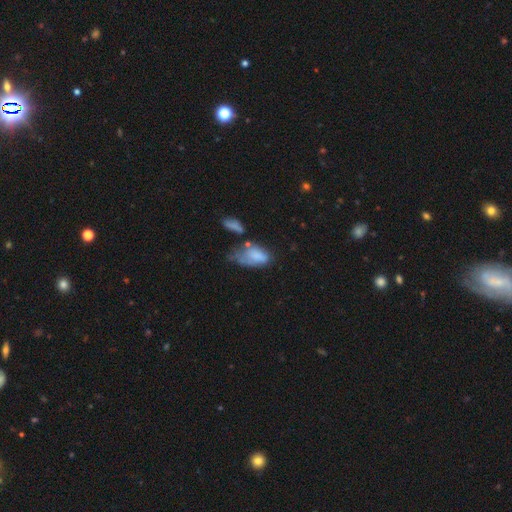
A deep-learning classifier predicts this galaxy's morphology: Smooth or featured? Predicted: smooth (p=0.69). How rounded? Predicted: in between (p=0.91). Merging? Predicted: major disturbance (p=0.32).